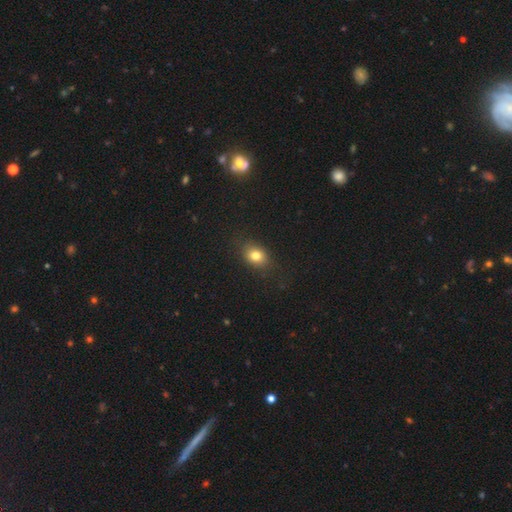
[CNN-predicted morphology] A smooth galaxy with no disk features (79%) that is in between round and cigar-shaped (60%).

Vote fractions:
- Smooth or featured? smooth: 79% / star or artifact: 12% / featured or disk: 9%
- How rounded? in between: 60% / round: 39% / cigar-shaped: 2%
- Merging? none: 83% / minor disturbance: 12% / major disturbance: 4% / merger: 1%